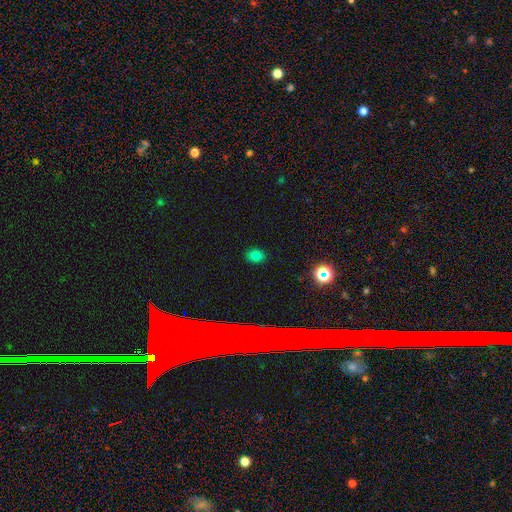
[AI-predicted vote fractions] Smooth or featured? Predicted: smooth (p=0.76). How rounded? Predicted: round (p=0.60). Merging? Predicted: none (p=0.88).